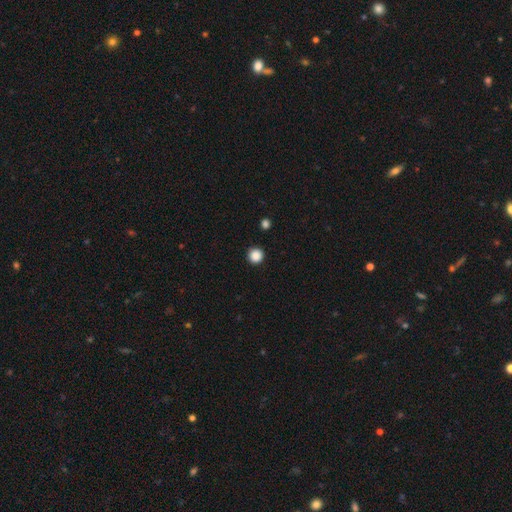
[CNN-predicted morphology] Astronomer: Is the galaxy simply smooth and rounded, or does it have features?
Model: smooth — 88%.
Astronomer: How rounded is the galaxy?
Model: round — 96%.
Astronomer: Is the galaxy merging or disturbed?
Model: none — 93%.